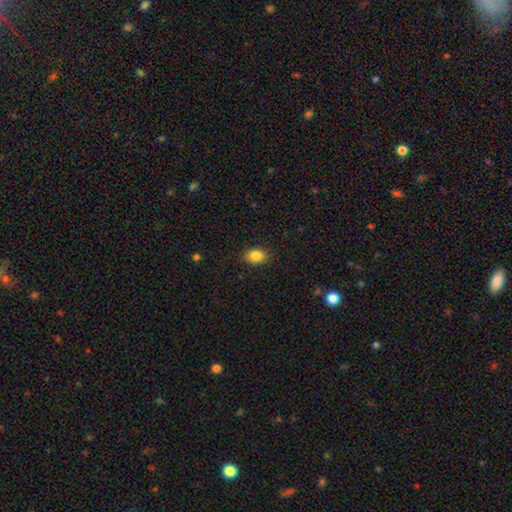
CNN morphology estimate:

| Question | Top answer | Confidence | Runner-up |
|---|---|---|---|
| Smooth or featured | smooth | 86% | star or artifact (9%) |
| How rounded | in between | 78% | round (21%) |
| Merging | none | 88% | minor disturbance (9%) |